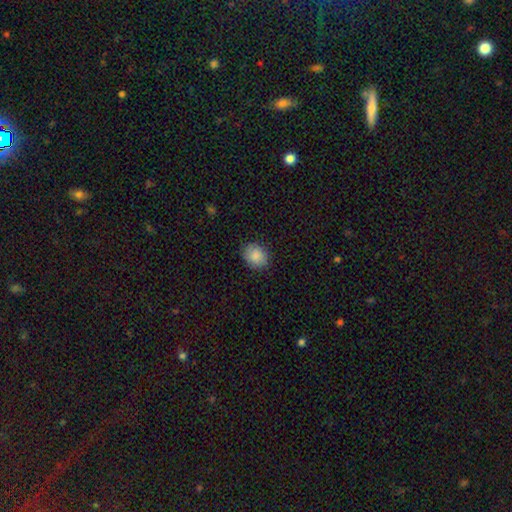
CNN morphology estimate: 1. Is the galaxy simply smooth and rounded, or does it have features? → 87% smooth, 7% star or artifact, 6% featured or disk.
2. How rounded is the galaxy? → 50% round (tied), 50% in between (tied), 1% cigar-shaped.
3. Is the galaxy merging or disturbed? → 85% none, 12% minor disturbance, 3% major disturbance, 1% merger.